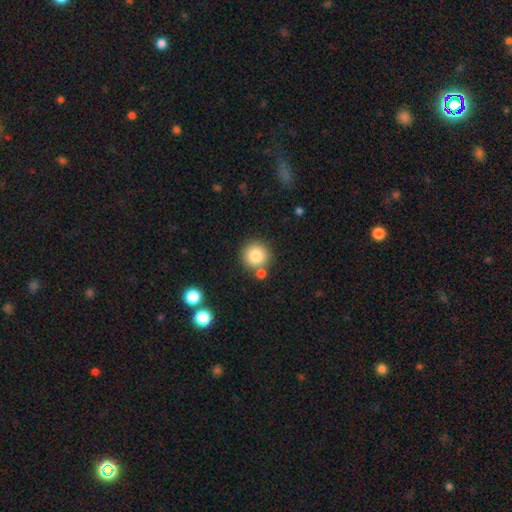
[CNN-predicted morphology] Smooth or featured? smooth (82%)
How rounded? round (94%)
Merging? none (77%)